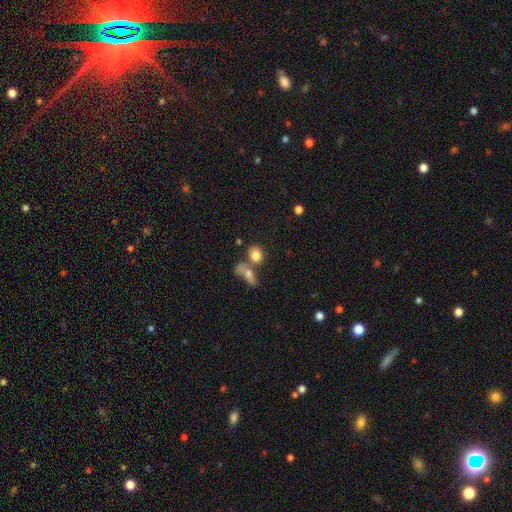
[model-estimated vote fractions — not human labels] A smooth galaxy with no disk features (78%) that is round (59%).

Vote fractions:
- Smooth or featured? smooth: 78% / featured or disk: 12% / star or artifact: 10%
- How rounded? round: 59% / in between: 39% / cigar-shaped: 3%
- Merging? none: 45% / merger: 39% / minor disturbance: 10% / major disturbance: 6%